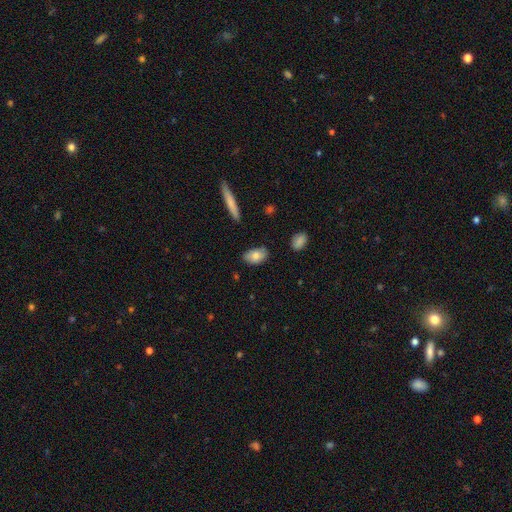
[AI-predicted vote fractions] smooth 77%, featured or disk 17%, star or artifact 7%. Down the decision tree: how rounded — in between (91%); merging — none (76%).